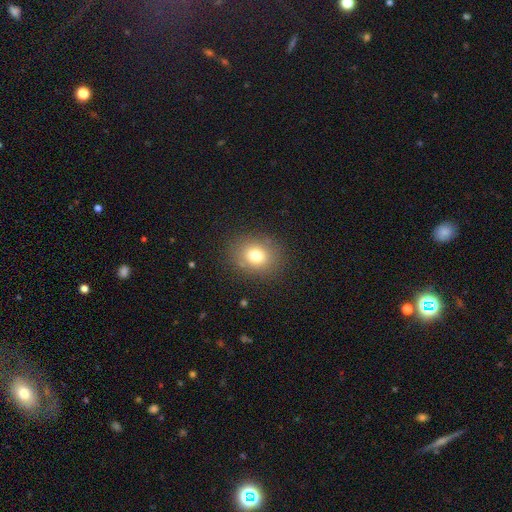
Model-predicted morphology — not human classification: Smooth or featured? smooth (77%)
How rounded? round (65%)
Merging? none (86%)